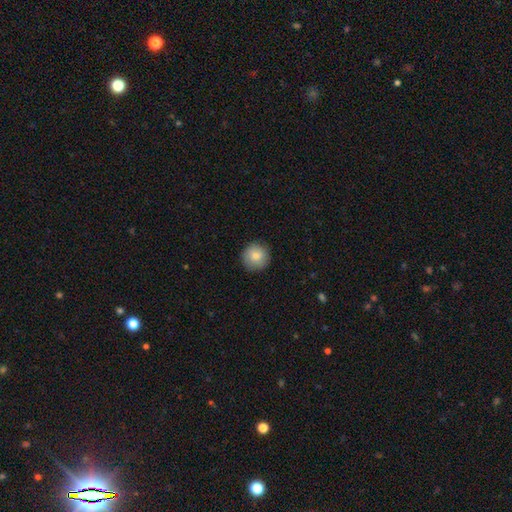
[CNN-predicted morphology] smooth 83%, featured or disk 10%, star or artifact 8%. Down the decision tree: how rounded — round (95%); merging — none (90%).